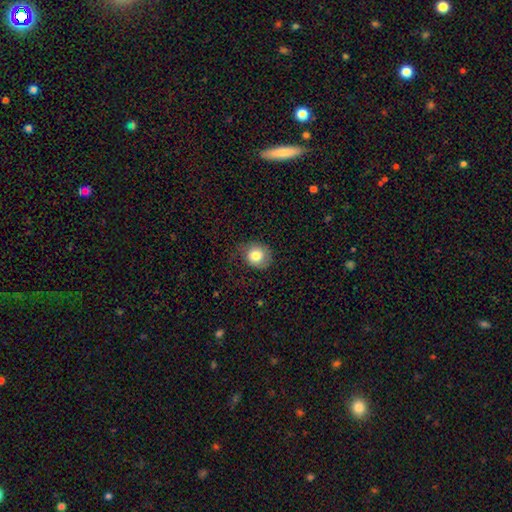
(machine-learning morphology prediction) Smooth or featured? Predicted: smooth (p=0.80). How rounded? Predicted: round (p=0.77). Merging? Predicted: none (p=0.66).